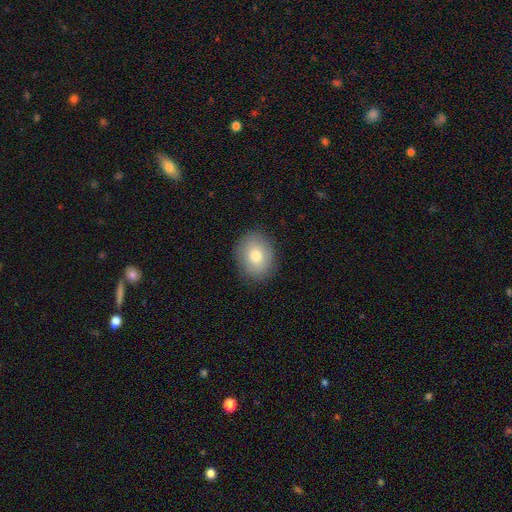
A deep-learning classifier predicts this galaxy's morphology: smooth 78%, featured or disk 13%, star or artifact 9%. Down the decision tree: how rounded — in between (51%); merging — none (88%).